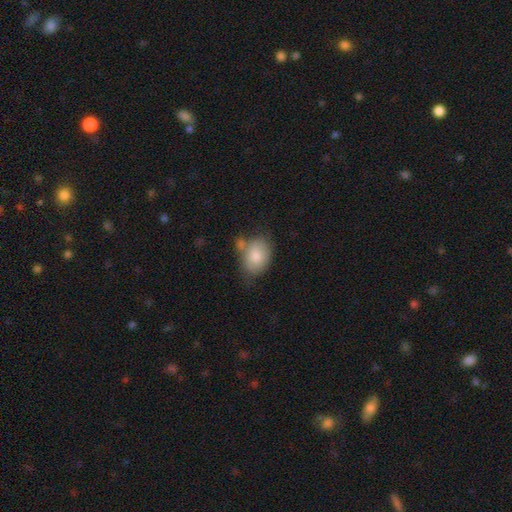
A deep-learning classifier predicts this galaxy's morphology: A smooth galaxy with no disk features (79%) that is in between round and cigar-shaped (74%). Merging: none (50%).